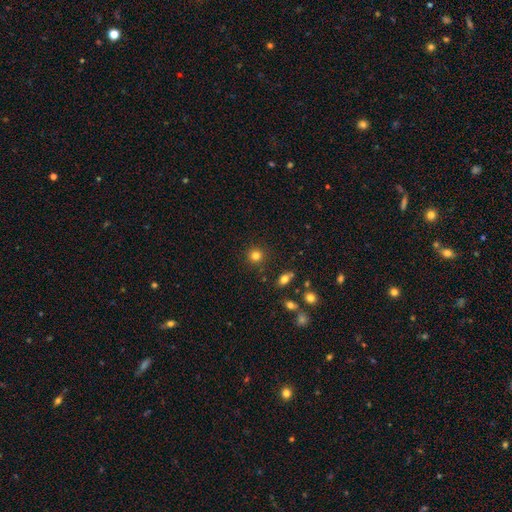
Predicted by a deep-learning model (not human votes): Morphology: type=smooth (80%); roundness=round (92%); merging=none (88%).